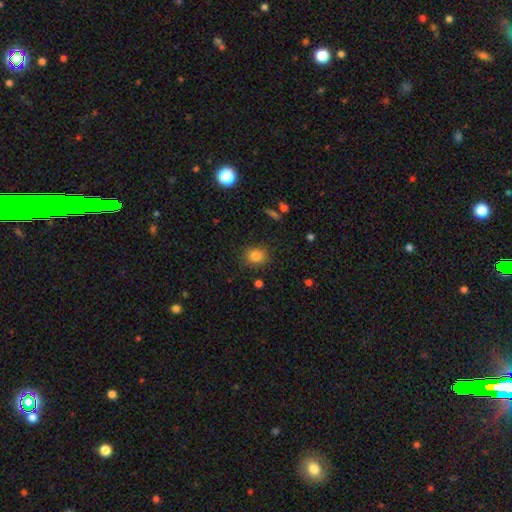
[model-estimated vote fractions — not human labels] Smooth or featured: smooth — 83% (star or artifact — 11%)
How rounded: round — 71% (in between — 27%)
Merging: none — 87% (minor disturbance — 9%)